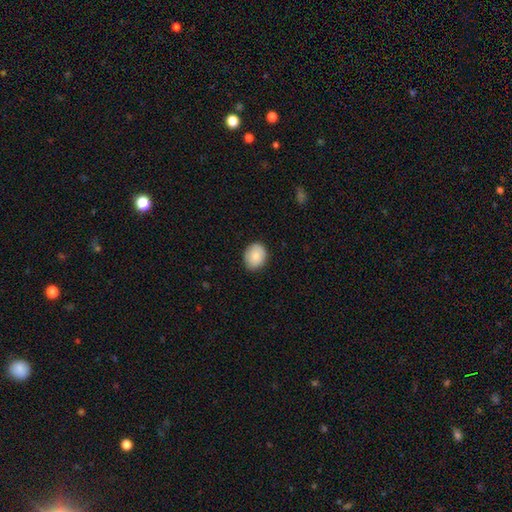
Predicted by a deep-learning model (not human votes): The model was most divided on "how rounded": round: 58%, in between: 41%, cigar-shaped: 1%. More confident: merging — none (85%); smooth or featured — smooth (81%).